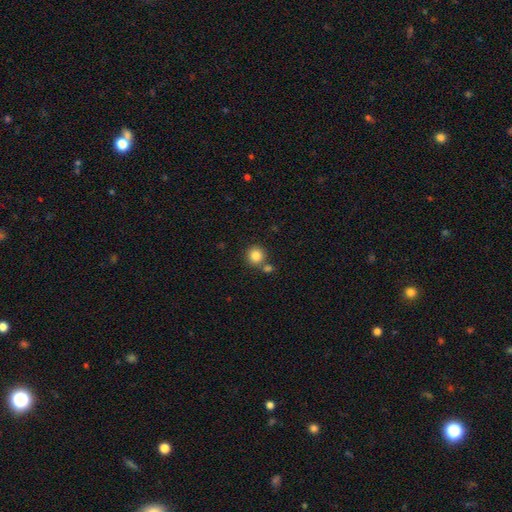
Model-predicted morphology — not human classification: This appears to be a smooth galaxy with no disk features (85%) that is round (92%). Merging: none (70%).